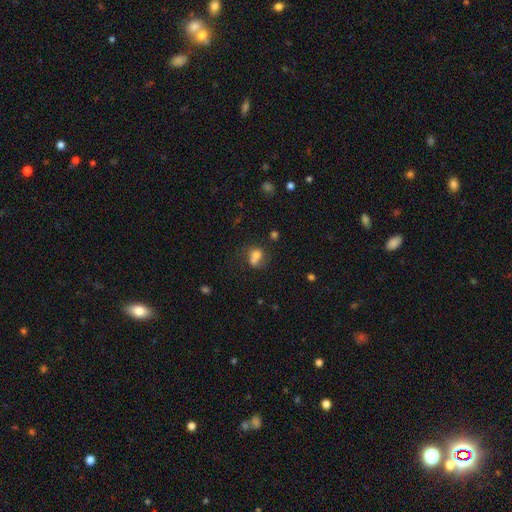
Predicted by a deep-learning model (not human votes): A smooth galaxy with no disk features (71%) that is in between round and cigar-shaped (51%). Merging: merger (44%).